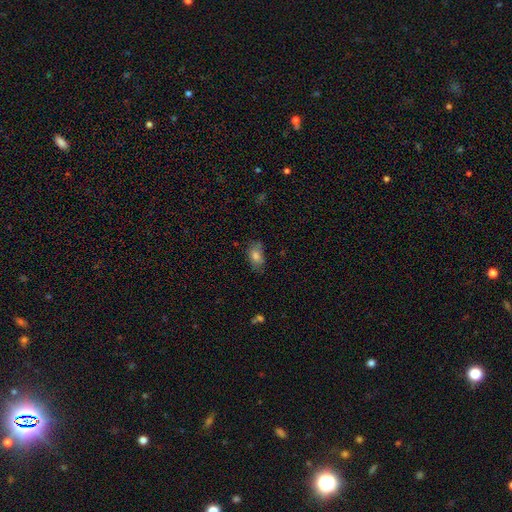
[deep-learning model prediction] Q: Smooth or featured?
A: smooth (78%); runner-up: featured or disk (12%)
Q: How rounded?
A: in between (86%); runner-up: round (11%)
Q: Merging?
A: none (74%); runner-up: minor disturbance (19%)